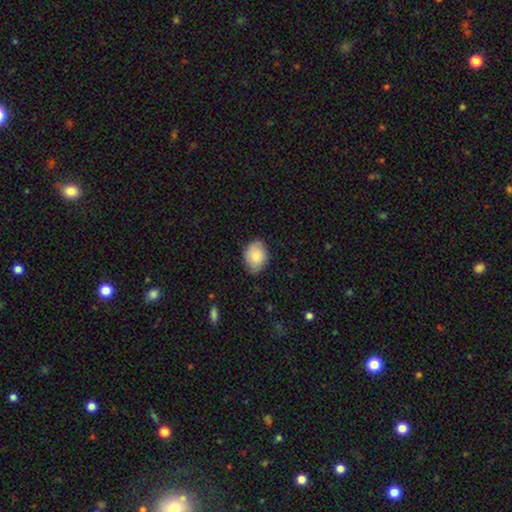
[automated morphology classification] Smooth or featured?
  - smooth: 83% *
  - featured or disk: 10%
  - star or artifact: 6%
How rounded?
  - in between: 70% *
  - round: 29%
  - cigar-shaped: 1%
Merging?
  - none: 71% *
  - minor disturbance: 24%
  - major disturbance: 4%
  - merger: 1%